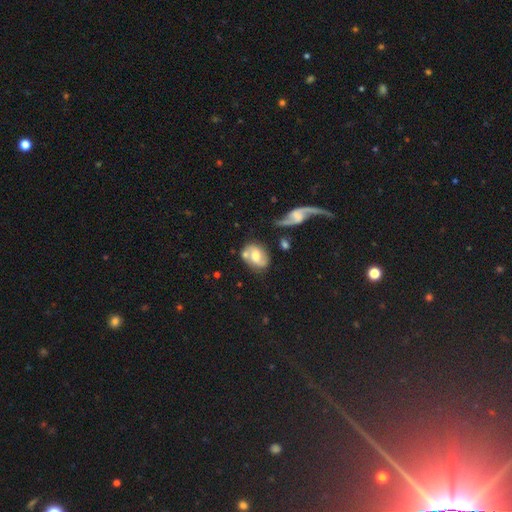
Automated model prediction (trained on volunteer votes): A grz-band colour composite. It shows a featured or disk galaxy (61%) with no bar (48%), spiral arms (81%) and a moderate central bulge (63%). Merging: none (54%).